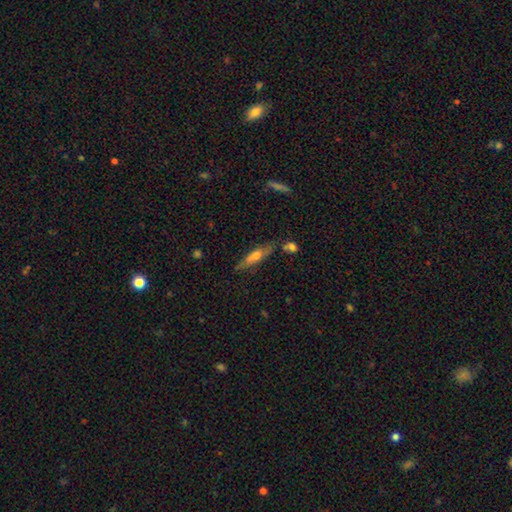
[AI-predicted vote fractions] The model was most divided on "smooth or featured" (2-way tie): smooth: 46%, featured or disk: 46%, star or artifact: 8%. More confident: merging — none (70%).